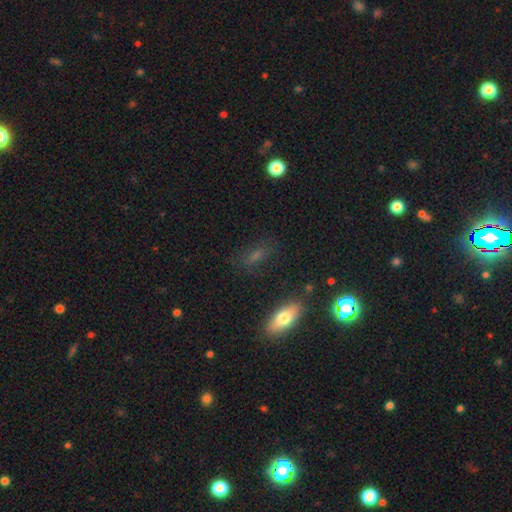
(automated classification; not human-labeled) smooth-or-featured: smooth: 54% | star or artifact: 27% | featured or disk: 19%
  how-rounded: in between: 66% | cigar-shaped: 22% | round: 12%
  merging: none: 77% | minor disturbance: 14% | major disturbance: 6% | merger: 3%